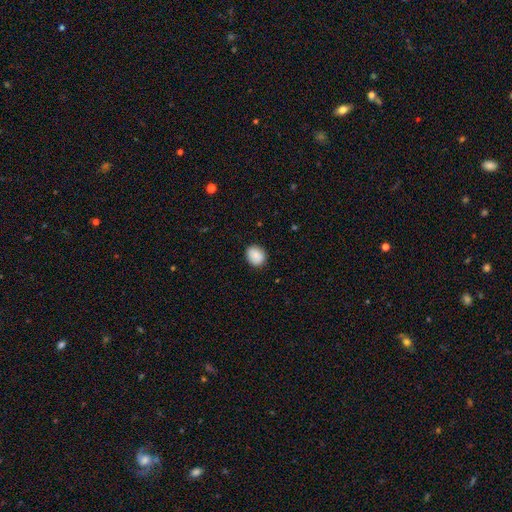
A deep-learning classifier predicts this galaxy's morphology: This is clearly a smooth galaxy (87%). How rounded: likely round (65%). Merging: clearly none (86%).